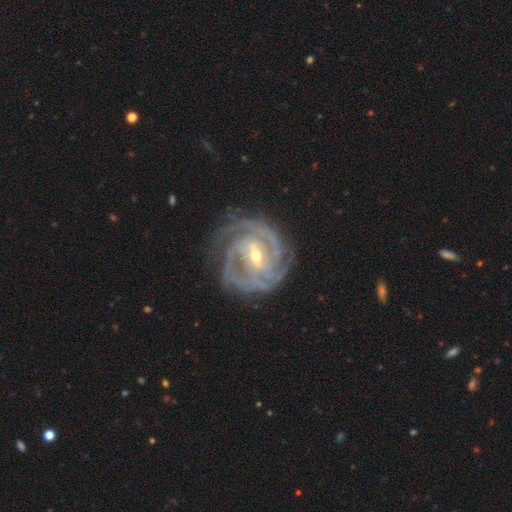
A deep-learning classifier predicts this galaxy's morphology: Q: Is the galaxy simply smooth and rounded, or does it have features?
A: featured or disk — 92%.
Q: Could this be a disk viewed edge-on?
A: no — 97%.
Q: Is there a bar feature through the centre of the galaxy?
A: weak — 45%.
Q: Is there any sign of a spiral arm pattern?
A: yes — 98%.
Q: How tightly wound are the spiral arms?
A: tight — 71%.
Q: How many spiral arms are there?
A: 3 — 33%.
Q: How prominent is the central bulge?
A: small — 52%.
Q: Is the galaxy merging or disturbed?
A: none — 74%.